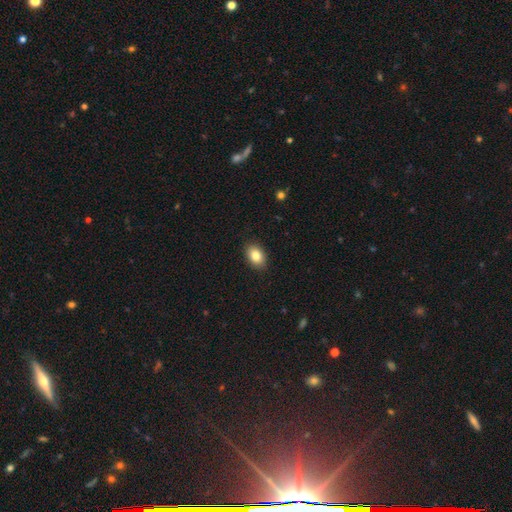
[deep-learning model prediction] Smooth or featured? Predicted: smooth (p=0.84). How rounded? Predicted: in between (p=0.83). Merging? Predicted: none (p=0.89).